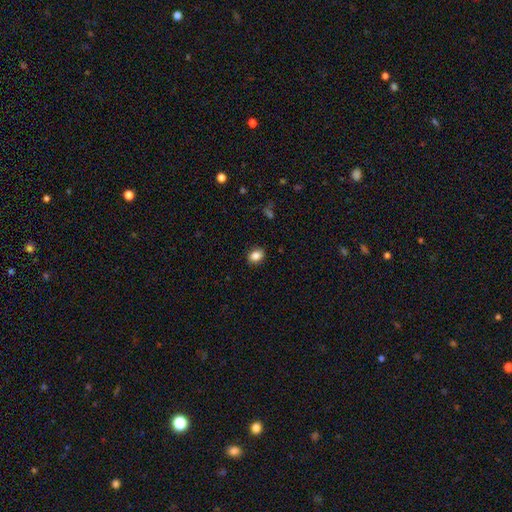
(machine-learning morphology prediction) This appears to be a smooth galaxy with no disk features (86%) that is in between round and cigar-shaped (71%). Merging: none (87%).